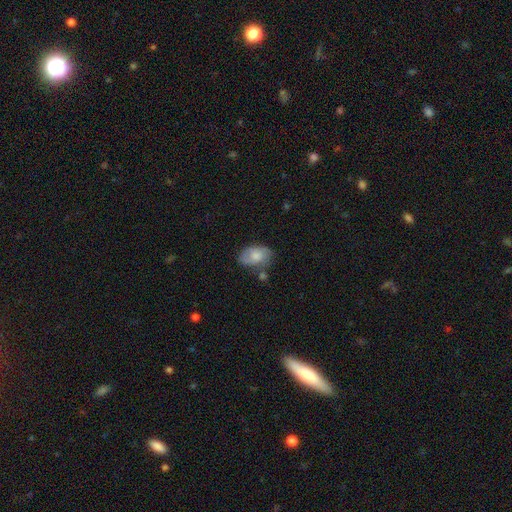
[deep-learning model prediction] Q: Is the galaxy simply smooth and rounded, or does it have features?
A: smooth — 66%.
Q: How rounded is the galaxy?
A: in between — 88%.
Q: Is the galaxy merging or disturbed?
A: none — 57%.